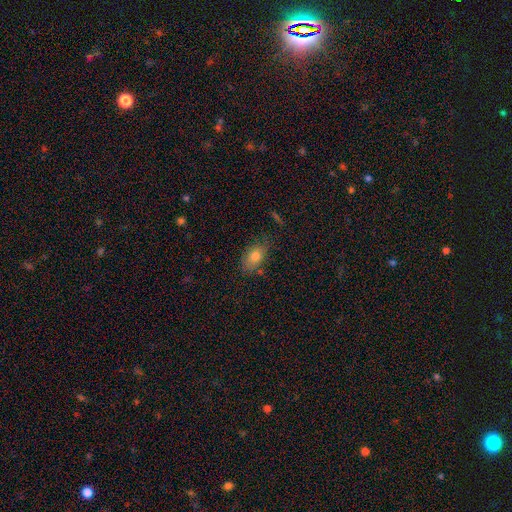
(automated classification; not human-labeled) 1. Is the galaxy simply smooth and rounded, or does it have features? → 79% smooth, 13% featured or disk, 9% star or artifact.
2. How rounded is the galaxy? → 87% in between, 10% round, 3% cigar-shaped.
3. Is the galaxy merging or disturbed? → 69% none, 22% minor disturbance, 6% major disturbance, 4% merger.